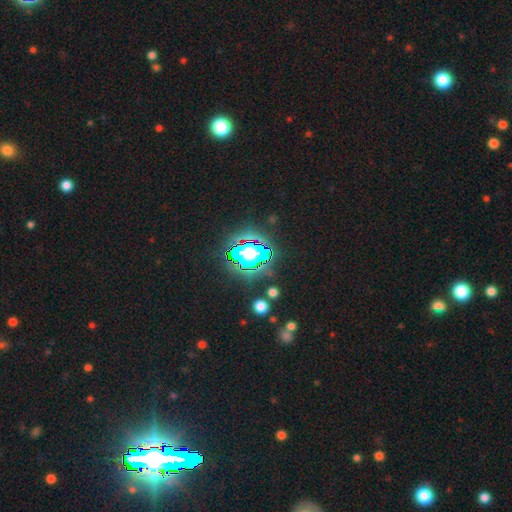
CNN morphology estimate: smooth_or_featured: star or artifact (p=0.85) [alt: smooth p=0.09]